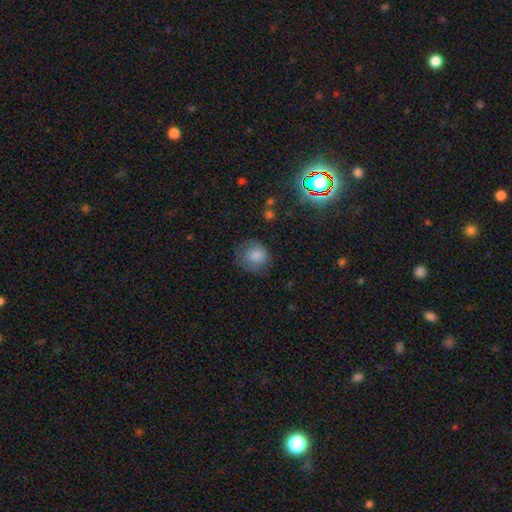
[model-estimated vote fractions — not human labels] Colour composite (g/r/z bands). It shows a smooth galaxy with no disk features (79%) that is round (81%). Merging: none (64%).